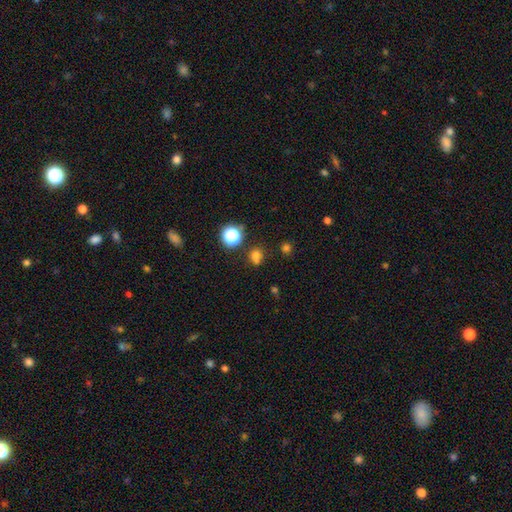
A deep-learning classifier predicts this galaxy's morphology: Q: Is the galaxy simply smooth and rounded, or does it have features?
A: smooth — 66%.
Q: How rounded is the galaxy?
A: round — 78%.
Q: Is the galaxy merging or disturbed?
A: none — 62%.